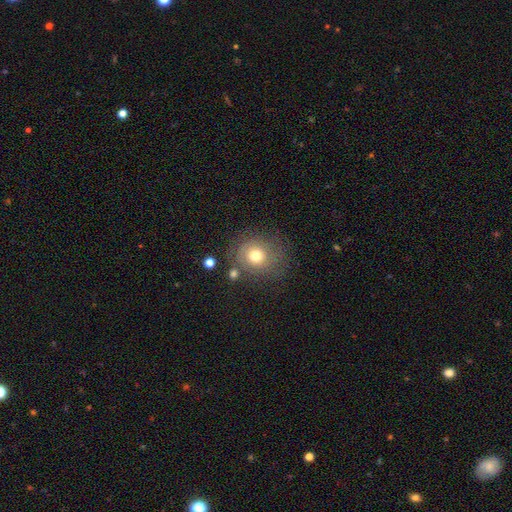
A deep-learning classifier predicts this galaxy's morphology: Smooth or featured? Predicted: smooth (p=0.68). How rounded? Predicted: round (p=0.79). Merging? Predicted: none (p=0.67).